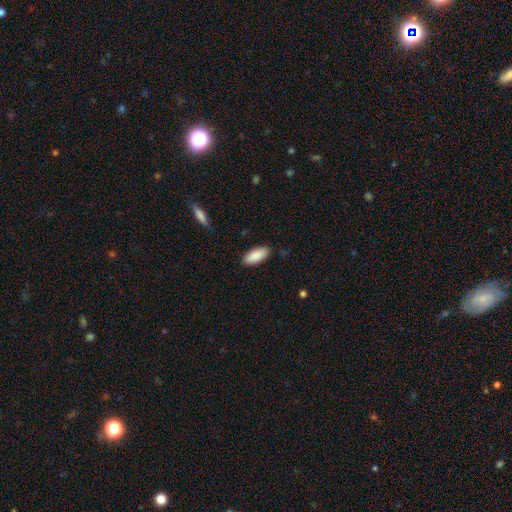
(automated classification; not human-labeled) A smooth galaxy with no disk features (90%) that is in between round and cigar-shaped (83%). Merging: none (88%).